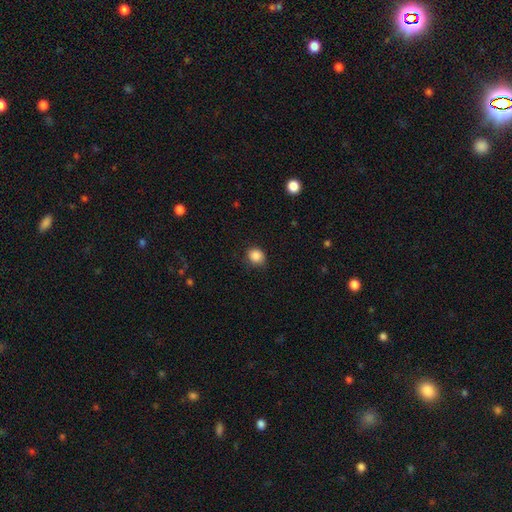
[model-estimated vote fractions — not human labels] This is clearly a smooth galaxy (87%). How rounded: likely round (78%). Merging: likely none (79%).